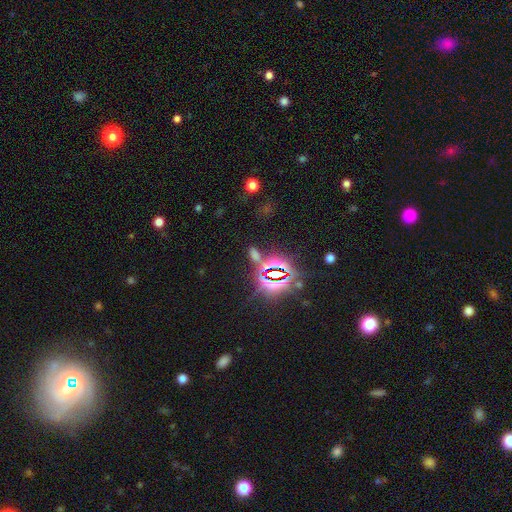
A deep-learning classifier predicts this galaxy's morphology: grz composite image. It shows a star or artifact, not a galaxy (68%).